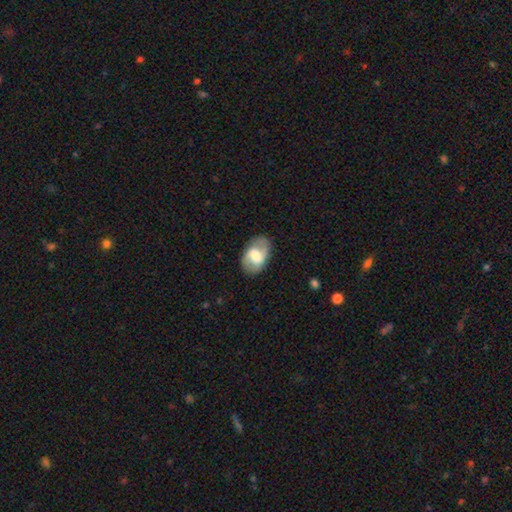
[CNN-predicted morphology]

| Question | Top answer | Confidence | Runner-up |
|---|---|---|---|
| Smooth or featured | featured or disk | 57% | smooth (36%) |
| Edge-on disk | no | 95% | yes (5%) |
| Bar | weak | 47% | no (29%) |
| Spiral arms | yes | 73% | no (27%) |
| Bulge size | moderate | 41% | large (34%) |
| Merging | none | 81% | minor disturbance (13%) |